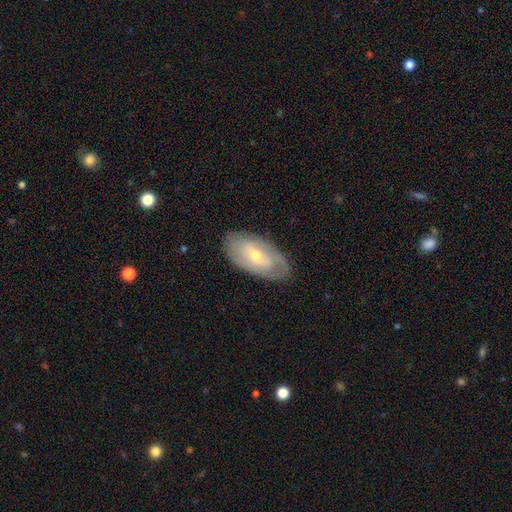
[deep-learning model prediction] Smooth or featured? featured or disk (63%)
Edge-on disk? no (90%)
Bar? no (43%)
Spiral arms? yes (60%)
Bulge size? small (58%)
Merging? none (81%)